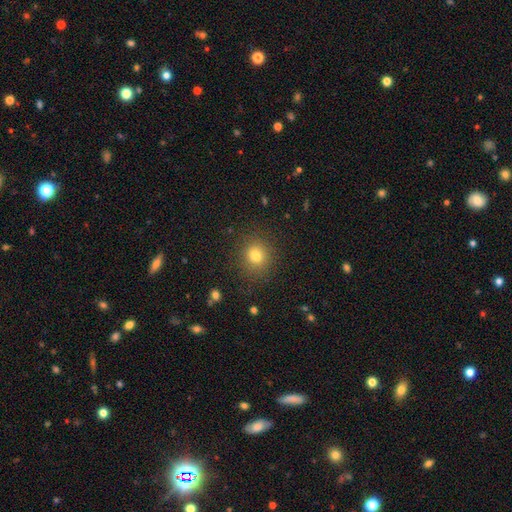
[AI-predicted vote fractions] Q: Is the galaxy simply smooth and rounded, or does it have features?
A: smooth — 80%.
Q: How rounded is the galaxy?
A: round — 83%.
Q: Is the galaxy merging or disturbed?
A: none — 87%.